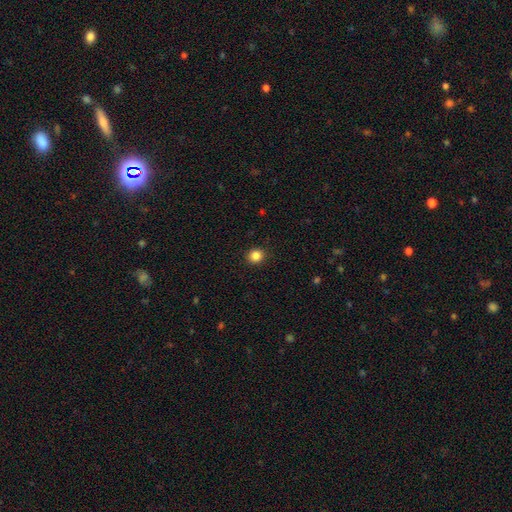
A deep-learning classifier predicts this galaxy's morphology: smooth_or_featured: smooth (p=0.85) [alt: star or artifact p=0.11]
how_rounded: round (p=0.85) [alt: in between p=0.14]
merging: none (p=0.91) [alt: minor disturbance p=0.06]